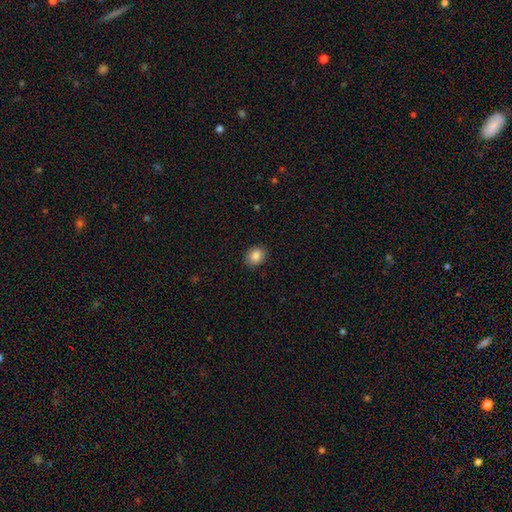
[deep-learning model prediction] A smooth galaxy with no disk features (87%) that is round (60%). Merging: none (88%).